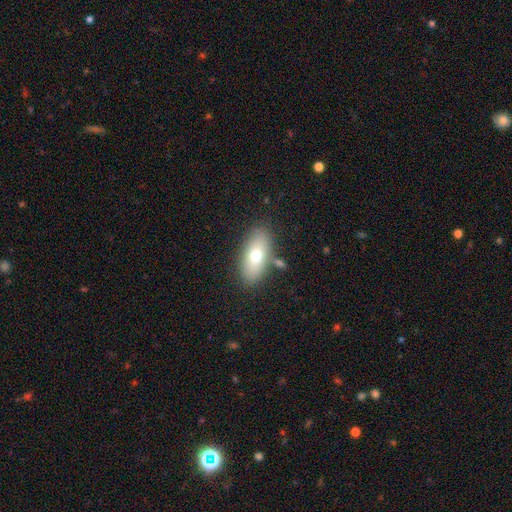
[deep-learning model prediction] This is likely a smooth galaxy (69%). How rounded: clearly in between (86%). Merging: likely none (79%).